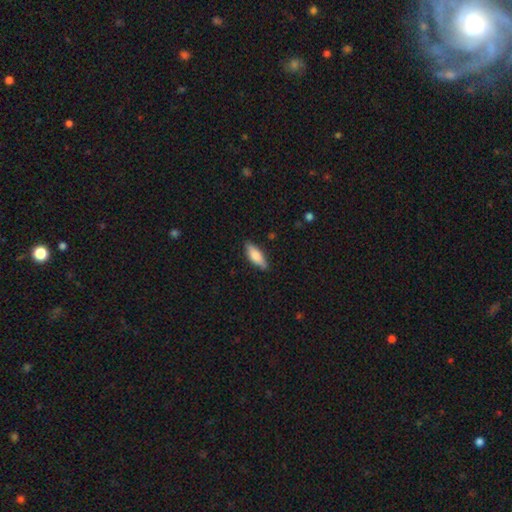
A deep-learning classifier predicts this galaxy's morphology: smooth-or-featured: smooth: 78% | featured or disk: 16% | star or artifact: 6%
  how-rounded: in between: 70% | cigar-shaped: 28% | round: 2%
  merging: none: 84% | minor disturbance: 13% | major disturbance: 2% | merger: 1%